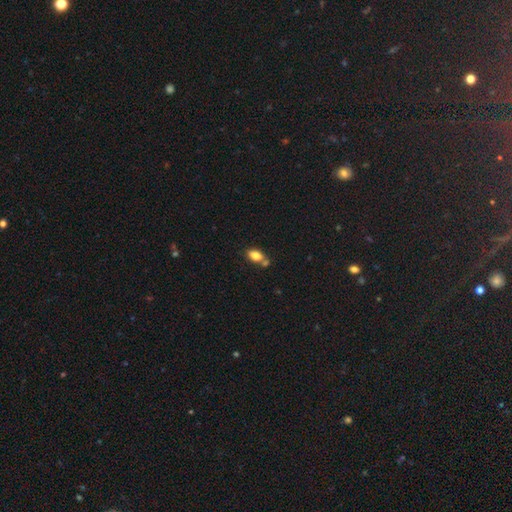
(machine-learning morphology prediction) Smooth or featured? smooth (79%)
How rounded? in between (87%)
Merging? none (54%)